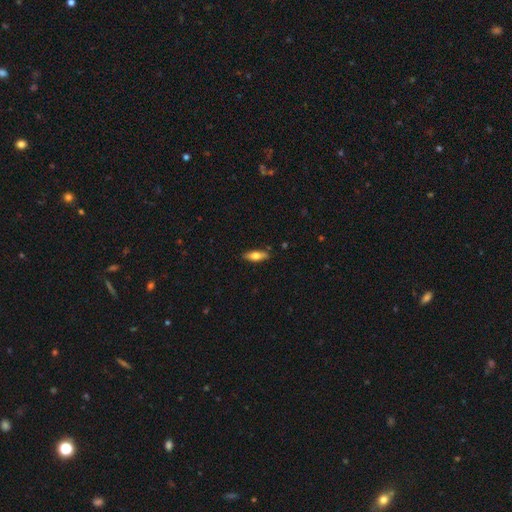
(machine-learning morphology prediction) Smooth or featured? Predicted: smooth (p=0.68). How rounded? Predicted: in between (p=0.63). Merging? Predicted: none (p=0.85).